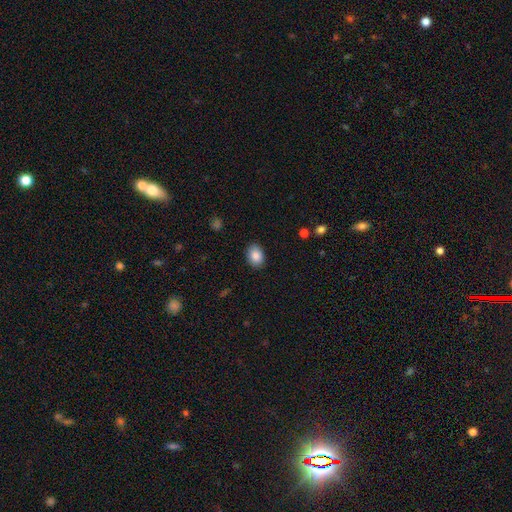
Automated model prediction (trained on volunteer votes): Smooth or featured?
  - smooth: 87% *
  - star or artifact: 8%
  - featured or disk: 5%
How rounded?
  - in between: 66% *
  - round: 33%
  - cigar-shaped: 1%
Merging?
  - none: 88% *
  - minor disturbance: 9%
  - major disturbance: 2%
  - merger: 1%